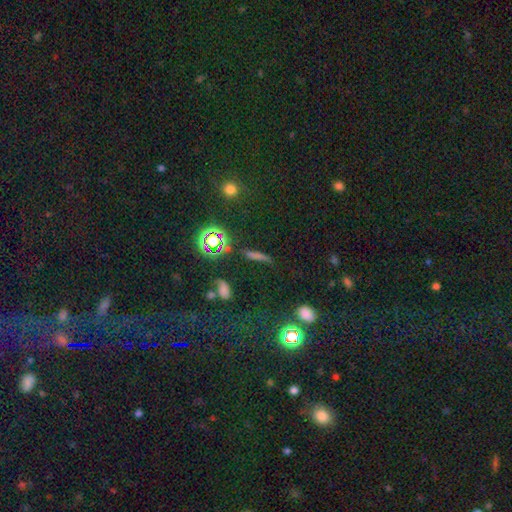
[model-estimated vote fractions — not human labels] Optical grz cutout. It shows a smooth galaxy with no disk features (42%). Merging: none (81%).